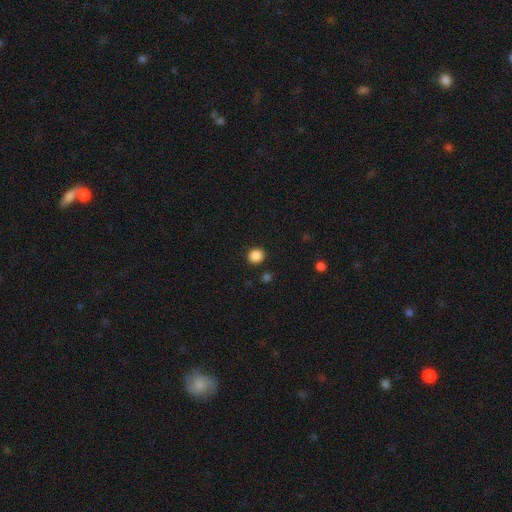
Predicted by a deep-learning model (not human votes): A smooth galaxy with no disk features (87%) that is round (86%).

Vote fractions:
- Smooth or featured? smooth: 87% / star or artifact: 10% / featured or disk: 3%
- How rounded? round: 86% / in between: 13% / cigar-shaped: 1%
- Merging? none: 90% / minor disturbance: 6% / major disturbance: 2% / merger: 2%